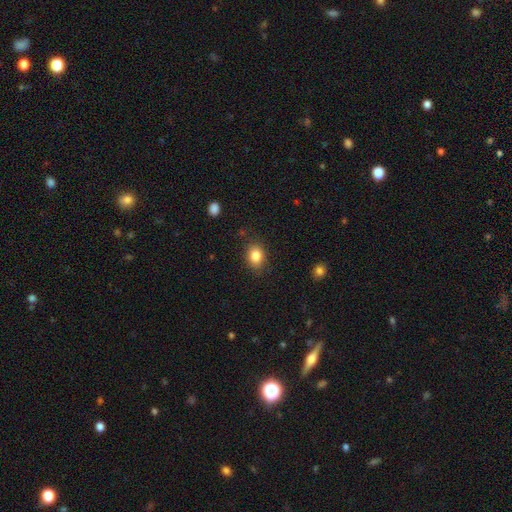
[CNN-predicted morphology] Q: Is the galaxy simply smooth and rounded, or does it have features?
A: smooth — 84%.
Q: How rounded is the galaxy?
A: in between — 58%.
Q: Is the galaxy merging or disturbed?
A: none — 84%.